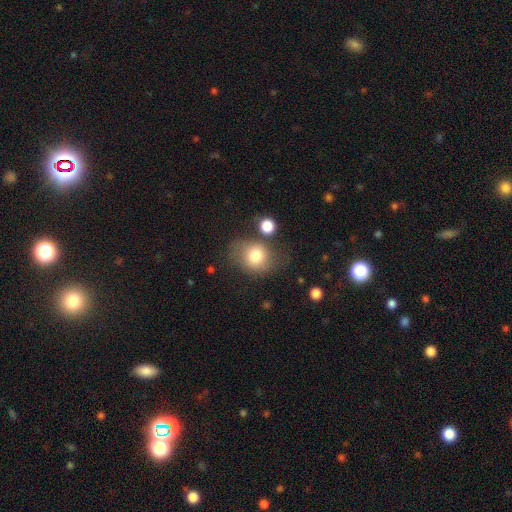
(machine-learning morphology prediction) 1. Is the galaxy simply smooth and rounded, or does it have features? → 76% smooth, 13% featured or disk, 10% star or artifact.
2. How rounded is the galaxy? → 58% round, 41% in between, 1% cigar-shaped.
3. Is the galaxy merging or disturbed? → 59% none, 21% minor disturbance, 10% major disturbance, 9% merger.